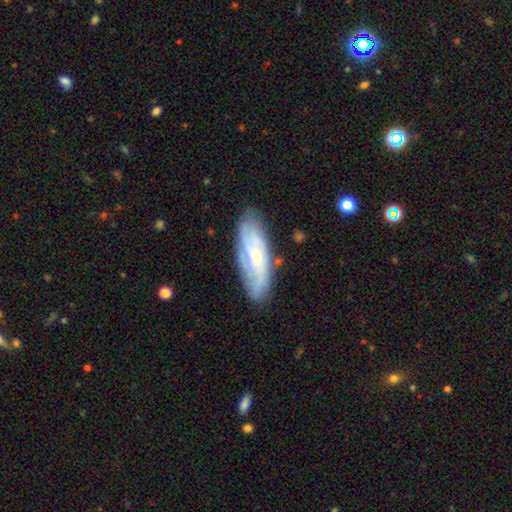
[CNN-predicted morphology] A featured or disk galaxy (60%). Merging: none (75%).